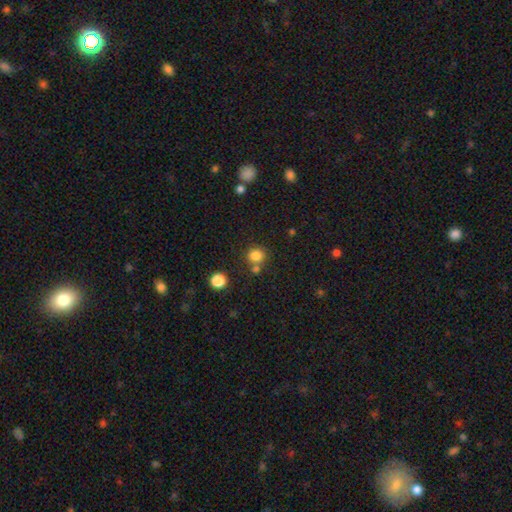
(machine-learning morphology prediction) Smooth or featured? Predicted: smooth (p=0.81). How rounded? Predicted: round (p=0.86). Merging? Predicted: none (p=0.68).